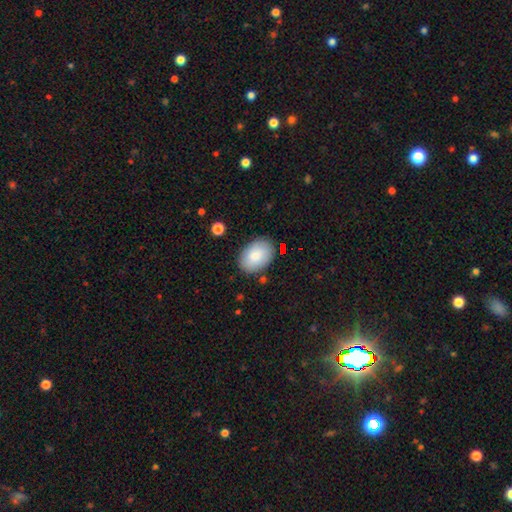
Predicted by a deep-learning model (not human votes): Smooth or featured? Predicted: smooth (p=0.85). How rounded? Predicted: in between (p=0.86). Merging? Predicted: none (p=0.84).